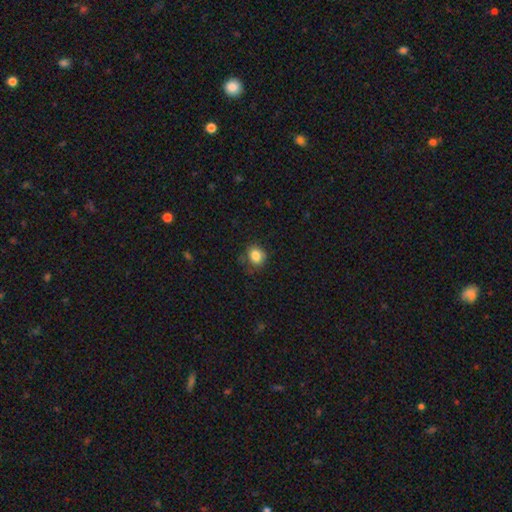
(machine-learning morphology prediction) Smooth or featured? Predicted: smooth (p=0.84). How rounded? Predicted: round (p=0.65). Merging? Predicted: none (p=0.73).